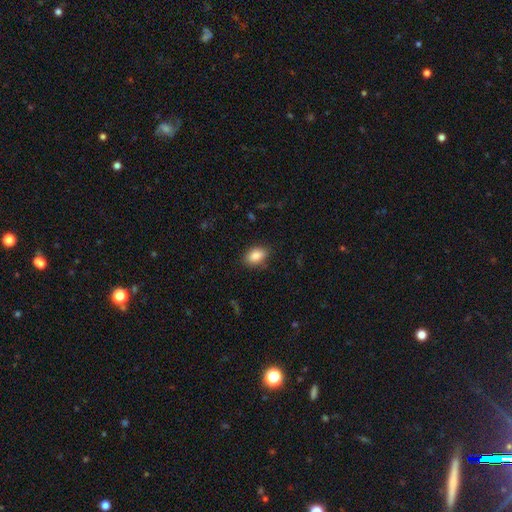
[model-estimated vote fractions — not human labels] Smooth or featured: smooth — 87% (star or artifact — 8%)
How rounded: in between — 87% (round — 11%)
Merging: none — 84% (minor disturbance — 12%)